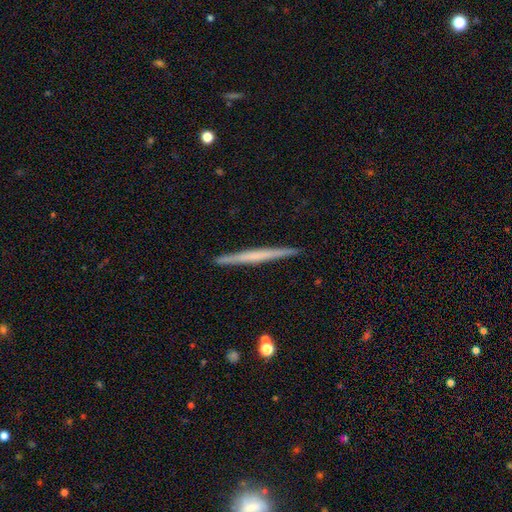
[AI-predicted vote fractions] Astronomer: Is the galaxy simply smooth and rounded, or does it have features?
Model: featured or disk — 55% (runner-up: smooth, 39%).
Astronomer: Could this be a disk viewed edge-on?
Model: yes — 98%.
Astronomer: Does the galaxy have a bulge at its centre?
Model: none — 81%.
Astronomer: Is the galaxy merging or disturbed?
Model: none — 92%.